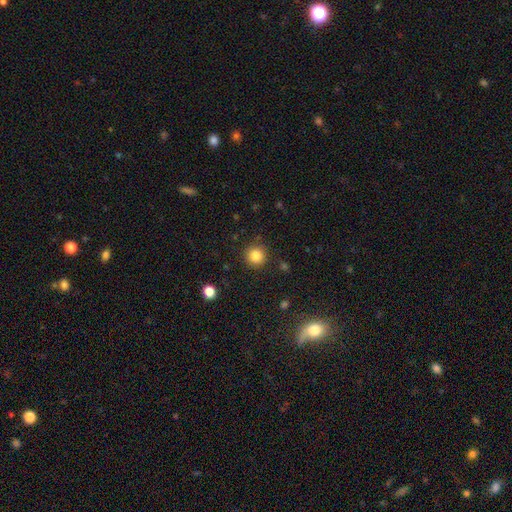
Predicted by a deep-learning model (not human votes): Smooth or featured: smooth — 85% (star or artifact — 11%)
How rounded: round — 94% (in between — 5%)
Merging: none — 89% (minor disturbance — 7%)